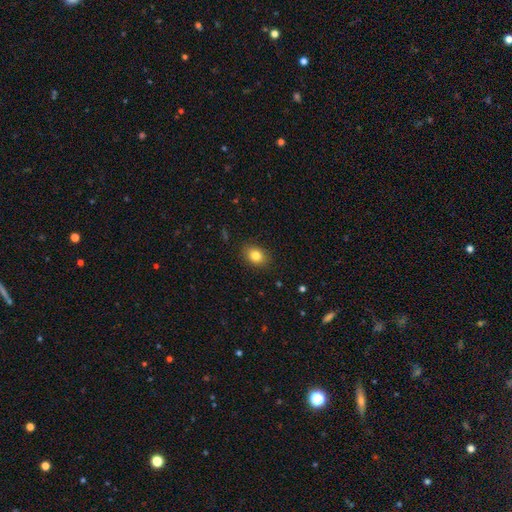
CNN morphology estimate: smooth_or_featured: smooth (p=0.82) [alt: star or artifact p=0.10]
how_rounded: in between (p=0.65) [alt: round p=0.34]
merging: none (p=0.87) [alt: minor disturbance p=0.10]